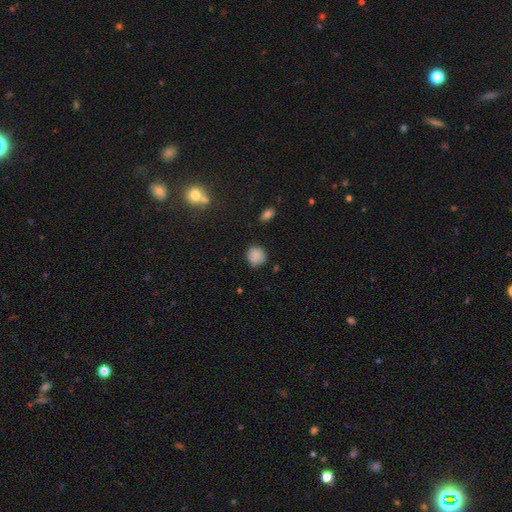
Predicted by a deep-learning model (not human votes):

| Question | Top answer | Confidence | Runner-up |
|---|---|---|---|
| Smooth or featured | smooth | 84% | star or artifact (10%) |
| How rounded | round | 86% | in between (13%) |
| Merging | none | 76% | minor disturbance (17%) |